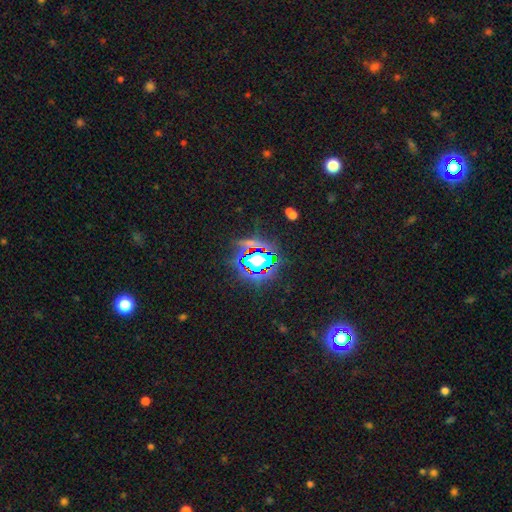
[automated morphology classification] A star or artifact, not a galaxy (78%).

Vote fractions:
- Smooth or featured? star or artifact: 78% / smooth: 13% / featured or disk: 9%